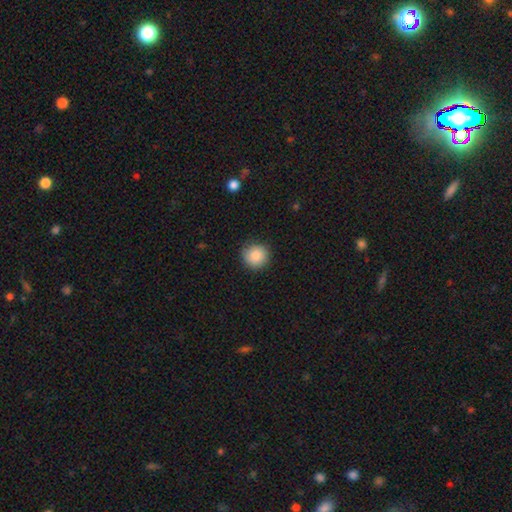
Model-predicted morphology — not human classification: Smooth or featured: smooth — 87% (star or artifact — 8%)
How rounded: round — 93% (in between — 6%)
Merging: none — 87% (minor disturbance — 10%)